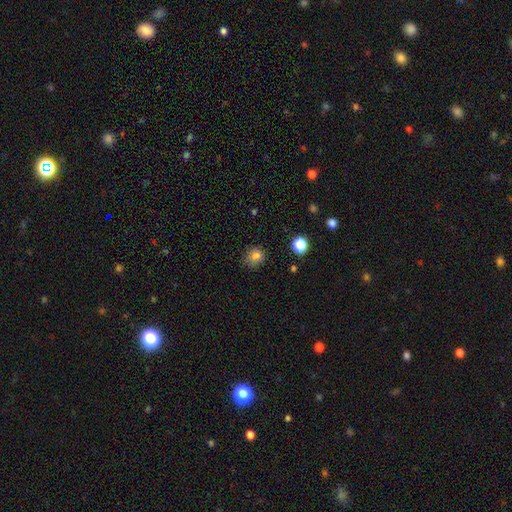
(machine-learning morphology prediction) This is clearly a smooth galaxy (81%). How rounded: likely round (76%). Merging: likely none (74%).